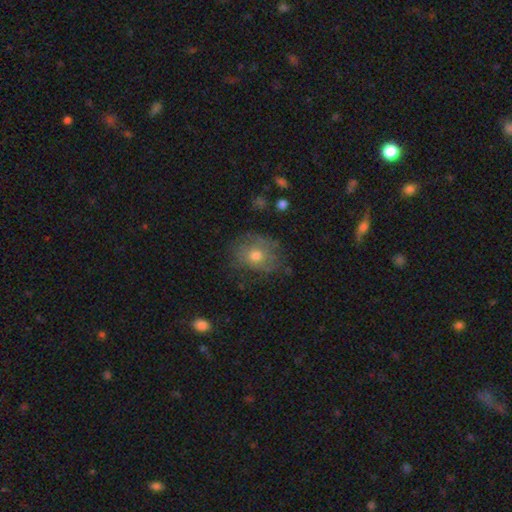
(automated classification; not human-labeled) Q: Smooth or featured?
A: smooth (55%); runner-up: featured or disk (34%)
Q: How rounded?
A: round (53%); runner-up: in between (46%)
Q: Merging?
A: none (64%); runner-up: minor disturbance (23%)